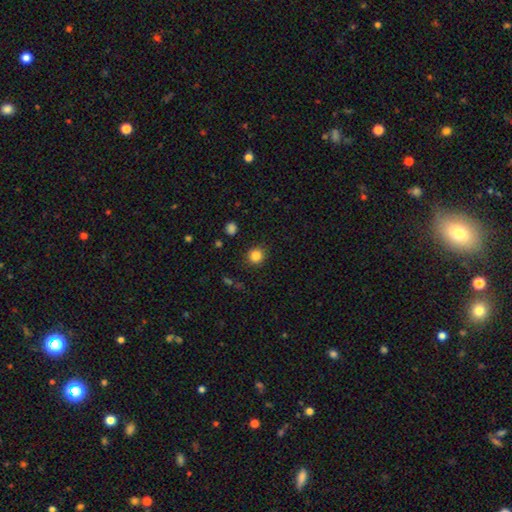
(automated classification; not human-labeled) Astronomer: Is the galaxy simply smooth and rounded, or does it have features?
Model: smooth — 84%.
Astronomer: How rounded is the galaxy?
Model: round — 90%.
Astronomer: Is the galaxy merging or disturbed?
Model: none — 89%.